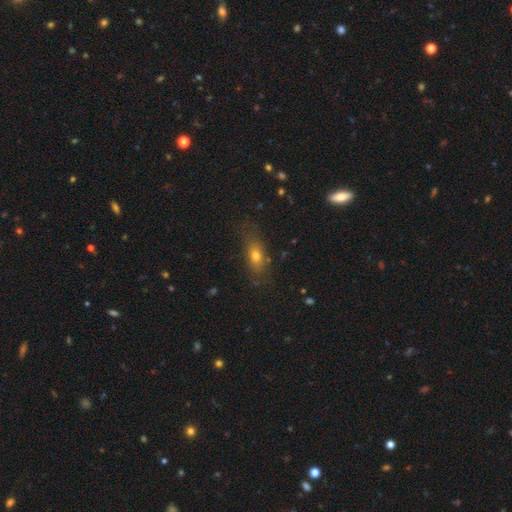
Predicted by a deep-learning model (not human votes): Smooth or featured: smooth — 70% (featured or disk — 18%)
How rounded: in between — 69% (cigar-shaped — 21%)
Merging: none — 73% (minor disturbance — 18%)